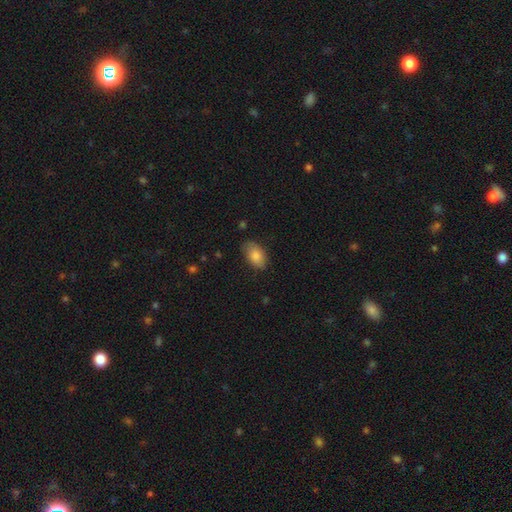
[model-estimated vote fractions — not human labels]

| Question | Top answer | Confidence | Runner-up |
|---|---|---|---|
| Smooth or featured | smooth | 83% | featured or disk (10%) |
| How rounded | in between | 92% | round (7%) |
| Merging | none | 79% | minor disturbance (17%) |